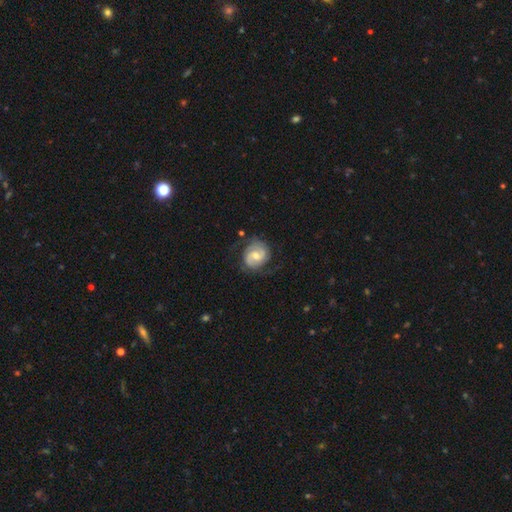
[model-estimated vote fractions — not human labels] Q: Smooth or featured?
A: featured or disk (80%); runner-up: smooth (15%)
Q: Edge-on disk?
A: no (98%); runner-up: yes (2%)
Q: Bar?
A: weak (52%); runner-up: no (36%)
Q: Spiral arms?
A: yes (95%); runner-up: no (5%)
Q: Spiral winding?
A: tight (44%); runner-up: medium (42%)
Q: Spiral arm count?
A: 2 (85%); runner-up: can't tell (8%)
Q: Bulge size?
A: moderate (58%); runner-up: small (34%)
Q: Merging?
A: none (71%); runner-up: minor disturbance (18%)